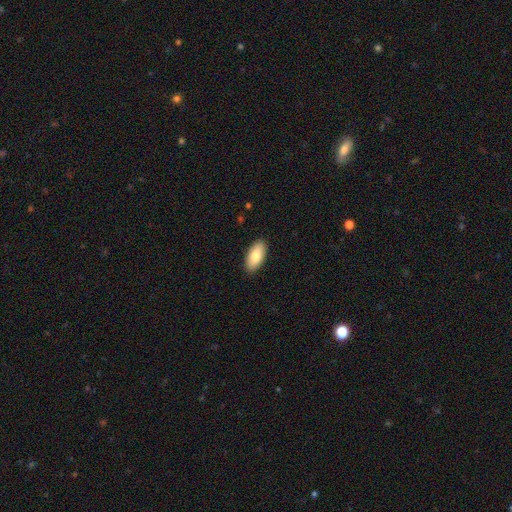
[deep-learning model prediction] Smooth or featured: smooth — 83% (featured or disk — 12%)
How rounded: in between — 91% (cigar-shaped — 7%)
Merging: none — 90% (minor disturbance — 8%)